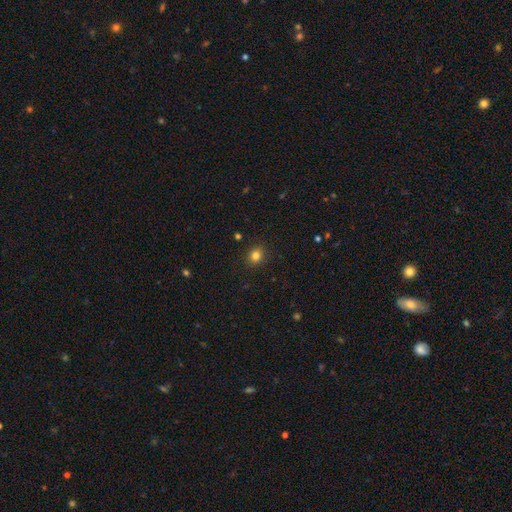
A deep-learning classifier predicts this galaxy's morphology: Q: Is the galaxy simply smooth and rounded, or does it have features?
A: smooth — 82%.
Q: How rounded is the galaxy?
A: round — 76%.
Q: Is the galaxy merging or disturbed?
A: none — 90%.